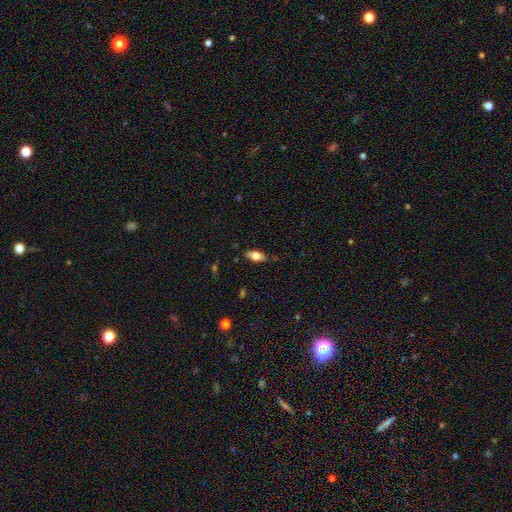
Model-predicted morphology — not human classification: Smooth or featured: smooth — 69% (featured or disk — 24%)
How rounded: in between — 83% (cigar-shaped — 13%)
Merging: none — 83% (minor disturbance — 13%)